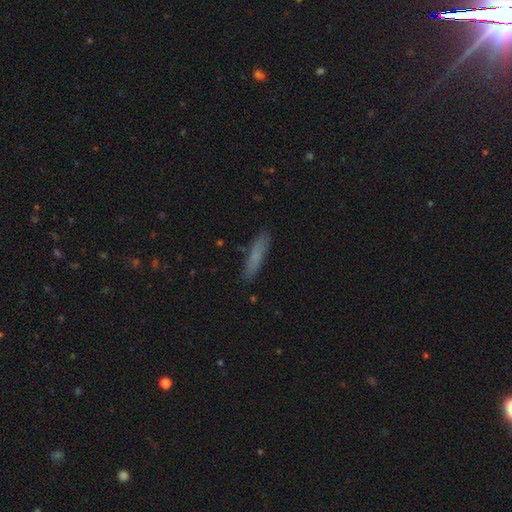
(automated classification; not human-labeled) A smooth galaxy with no disk features (76%) that is cigar-shaped (86%).

Vote fractions:
- Smooth or featured? smooth: 76% / featured or disk: 17% / star or artifact: 7%
- How rounded? cigar-shaped: 86% / in between: 12% / round: 2%
- Merging? none: 86% / minor disturbance: 10% / major disturbance: 2% / merger: 2%